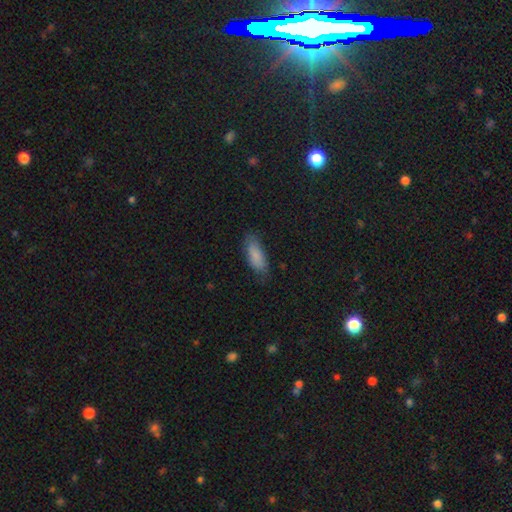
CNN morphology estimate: Smooth or featured? smooth (83%)
How rounded? in between (72%)
Merging? none (72%)